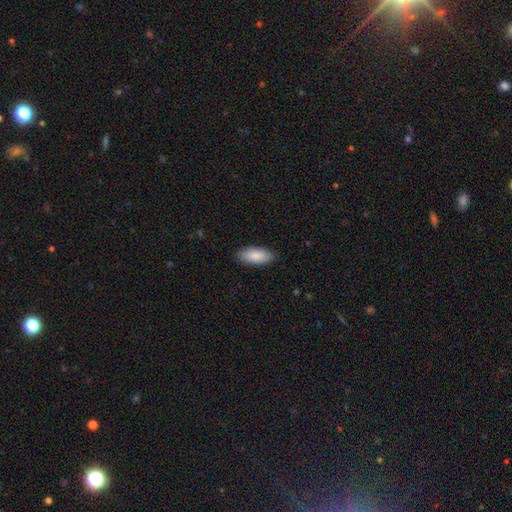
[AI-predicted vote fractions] A smooth galaxy with no disk features (88%) that is in between round and cigar-shaped (85%). Merging: none (88%).